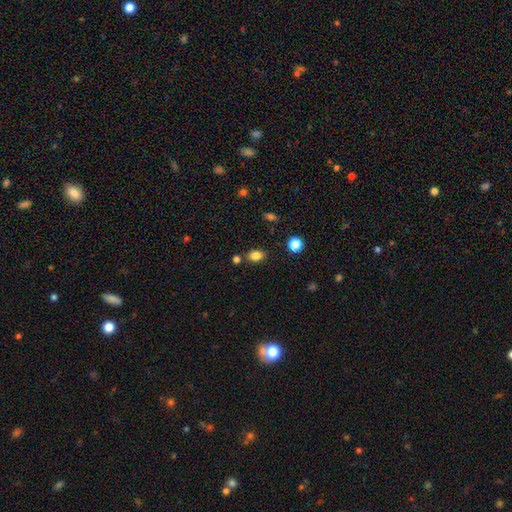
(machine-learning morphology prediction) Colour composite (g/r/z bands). It shows a smooth galaxy with no disk features (83%) that is in between round and cigar-shaped (75%). Merging: none (80%).